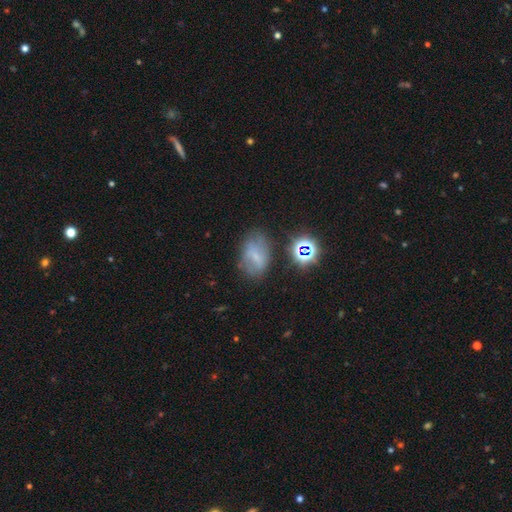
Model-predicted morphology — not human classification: A smooth galaxy with no disk features (47%). Merging: none (62%).